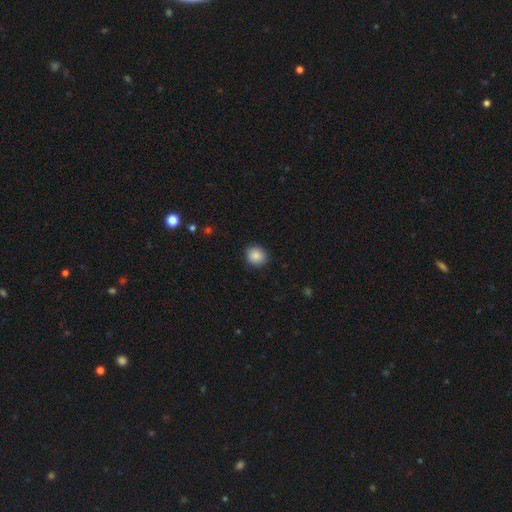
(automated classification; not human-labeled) The model was most divided on "how rounded": round: 82%, in between: 17%, cigar-shaped: 1%. More confident: merging — none (90%); smooth or featured — smooth (87%).